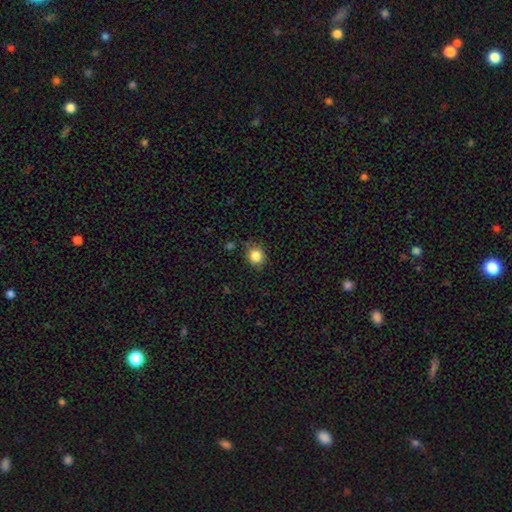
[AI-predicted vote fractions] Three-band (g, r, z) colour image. It shows a smooth galaxy with no disk features (84%) that is round (76%). Merging: none (77%).